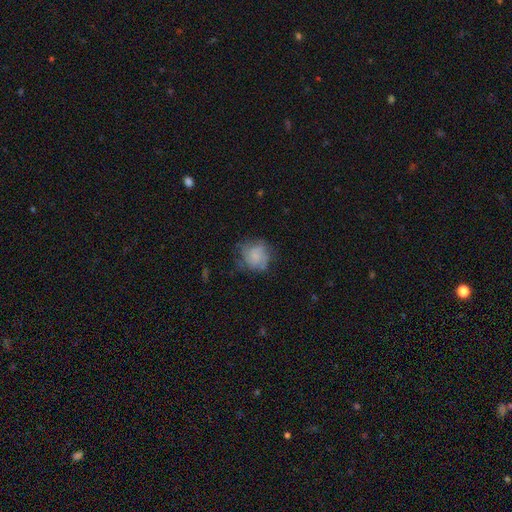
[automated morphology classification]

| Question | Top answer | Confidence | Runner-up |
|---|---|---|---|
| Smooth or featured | smooth | 53% | featured or disk (38%) |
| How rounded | round | 81% | in between (18%) |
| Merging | none | 60% | minor disturbance (25%) |